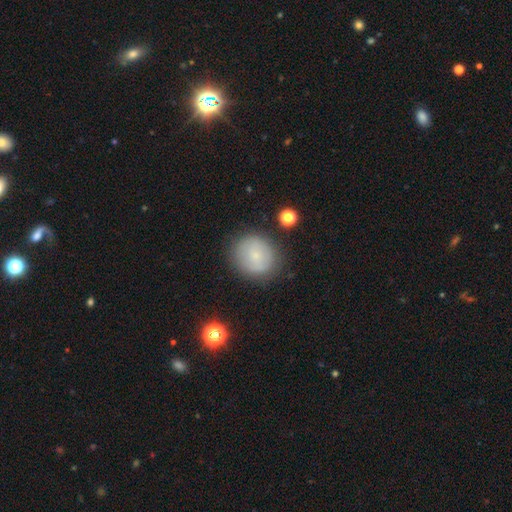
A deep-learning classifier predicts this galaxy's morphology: smooth_or_featured: smooth (p=0.71) [alt: featured or disk p=0.20]
how_rounded: round (p=0.85) [alt: in between p=0.14]
merging: none (p=0.82) [alt: minor disturbance p=0.12]